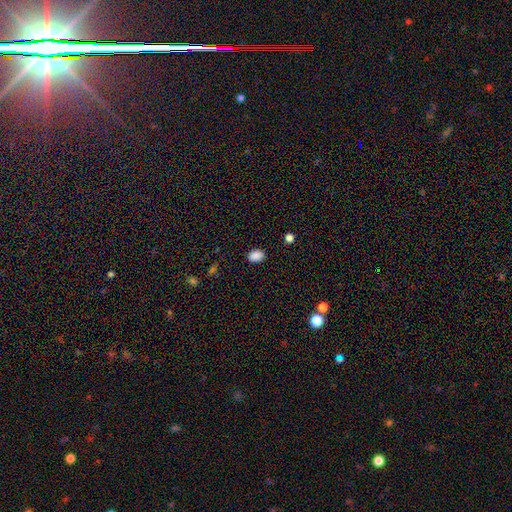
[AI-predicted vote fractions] Morphology: type=smooth (88%); roundness=in between (78%); merging=none (86%).